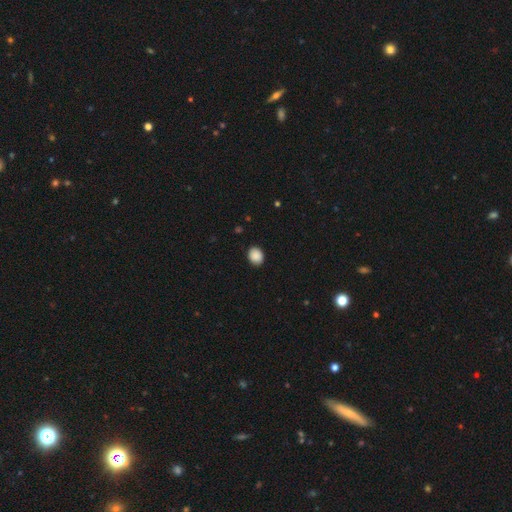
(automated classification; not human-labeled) Smooth or featured: smooth — 89% (star or artifact — 8%)
How rounded: round — 56% (in between — 43%)
Merging: none — 88% (minor disturbance — 9%)